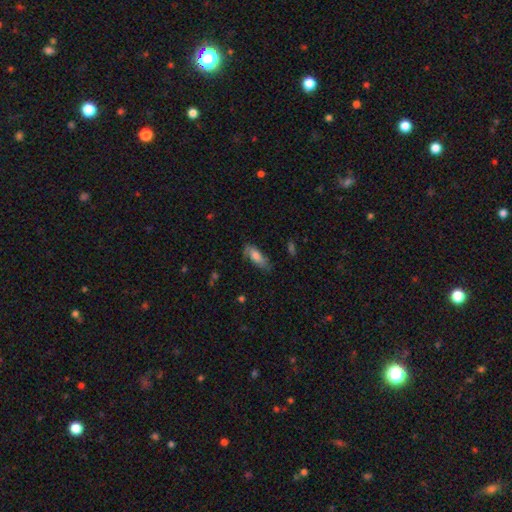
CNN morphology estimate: smooth-or-featured: smooth: 67% | featured or disk: 26% | star or artifact: 8%
  how-rounded: in between: 72% | cigar-shaped: 26% | round: 2%
  merging: none: 61% | minor disturbance: 27% | major disturbance: 10% | merger: 2%